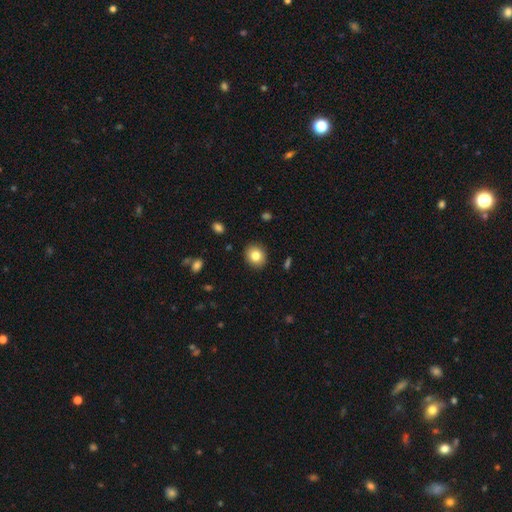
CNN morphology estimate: This appears to be a smooth galaxy with no disk features (81%) that is round (77%). Merging: none (91%).